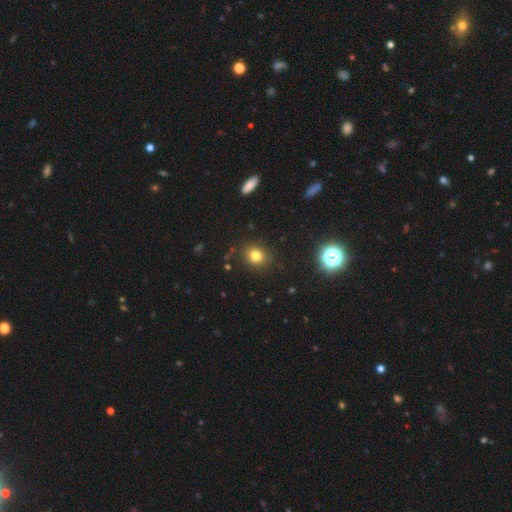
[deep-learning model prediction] Q: Smooth or featured?
A: smooth (78%); runner-up: star or artifact (15%)
Q: How rounded?
A: round (72%); runner-up: in between (27%)
Q: Merging?
A: none (86%); runner-up: minor disturbance (9%)